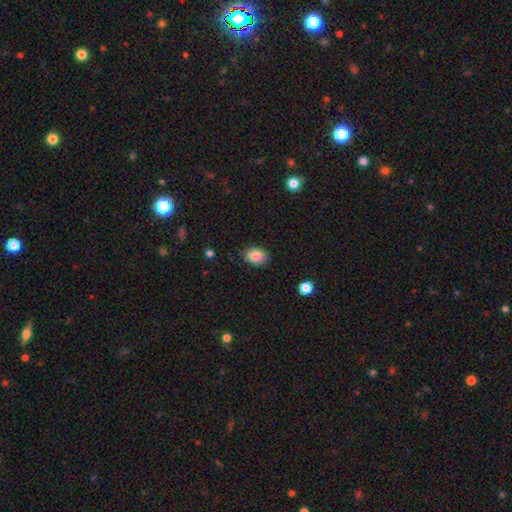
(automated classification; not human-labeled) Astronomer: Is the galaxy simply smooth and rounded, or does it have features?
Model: smooth — 85%.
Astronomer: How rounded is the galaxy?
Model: in between — 70%.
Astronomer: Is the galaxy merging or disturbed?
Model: none — 86%.